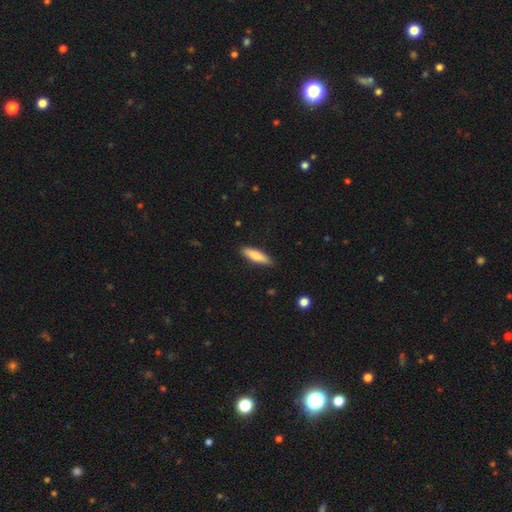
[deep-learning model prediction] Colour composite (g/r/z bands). It shows a smooth galaxy with no disk features (81%) that is cigar-shaped (67%). Merging: none (88%).